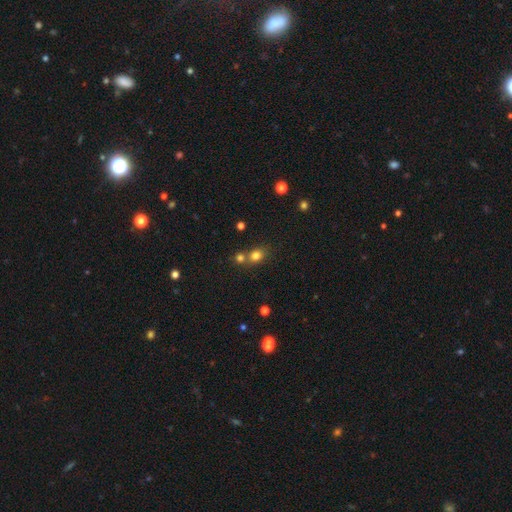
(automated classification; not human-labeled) The model was most divided on "merging": none: 51%, merger: 38%, minor disturbance: 8%, major disturbance: 3%. More confident: smooth or featured — smooth (78%); how rounded — round (63%).